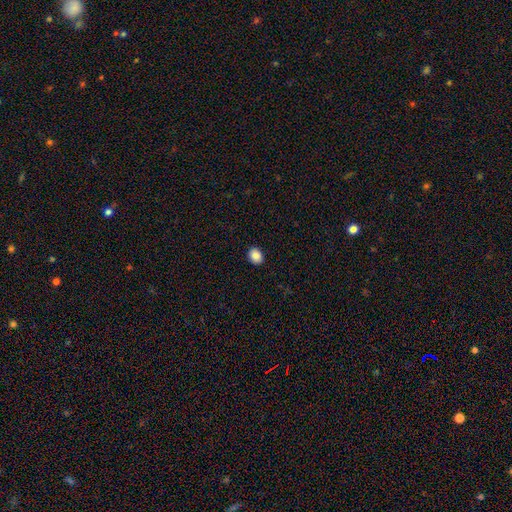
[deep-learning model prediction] smooth-or-featured: smooth: 88% | star or artifact: 9% | featured or disk: 3%
  how-rounded: in between: 51% | round: 48% | cigar-shaped: 1%
  merging: none: 91% | minor disturbance: 6% | major disturbance: 2% | merger: 1%